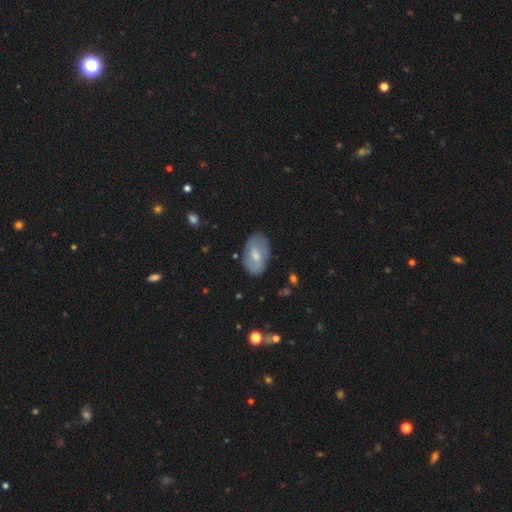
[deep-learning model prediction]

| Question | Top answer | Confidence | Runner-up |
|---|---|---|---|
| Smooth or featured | smooth | 50% | featured or disk (44%) |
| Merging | none | 79% | minor disturbance (16%) |